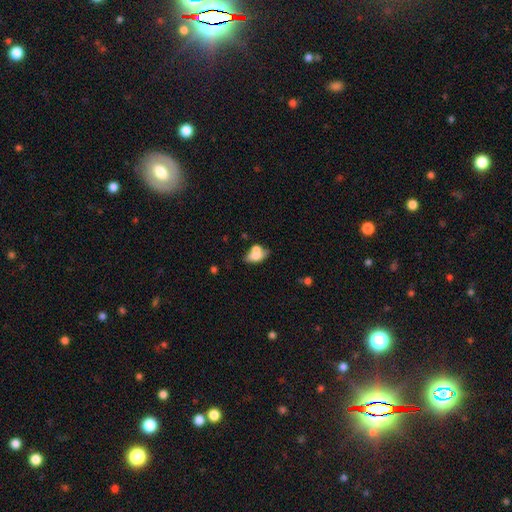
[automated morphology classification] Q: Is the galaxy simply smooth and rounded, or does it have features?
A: smooth — 65%.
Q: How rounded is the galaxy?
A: in between — 82%.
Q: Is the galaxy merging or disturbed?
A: merger — 44%.